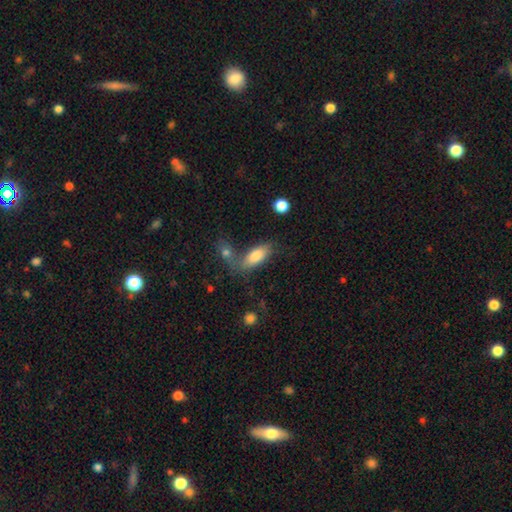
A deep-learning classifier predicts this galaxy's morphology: smooth-or-featured: smooth: 80% | featured or disk: 13% | star or artifact: 7%
  how-rounded: in between: 83% | cigar-shaped: 14% | round: 3%
  merging: none: 47% | merger: 29% | minor disturbance: 16% | major disturbance: 9%